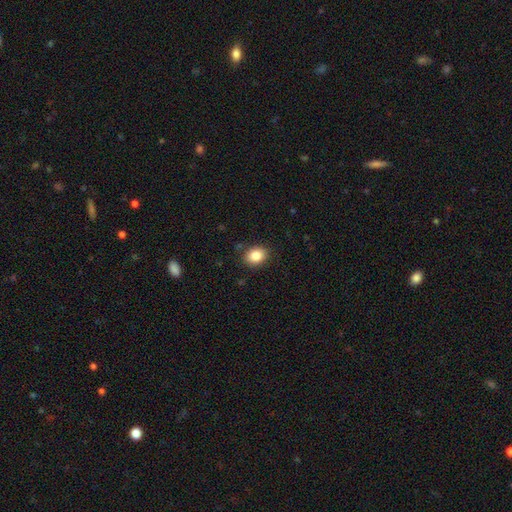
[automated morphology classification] smooth_or_featured: smooth (p=0.85) [alt: star or artifact p=0.09]
how_rounded: in between (p=0.55) [alt: round p=0.44]
merging: none (p=0.86) [alt: minor disturbance p=0.10]